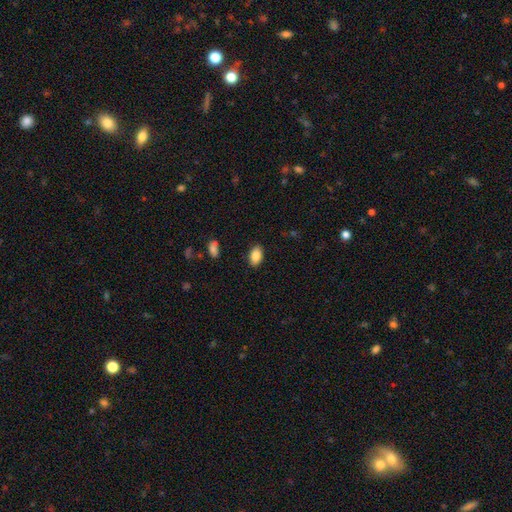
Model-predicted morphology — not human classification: Smooth or featured? smooth (87%)
How rounded? in between (92%)
Merging? none (87%)